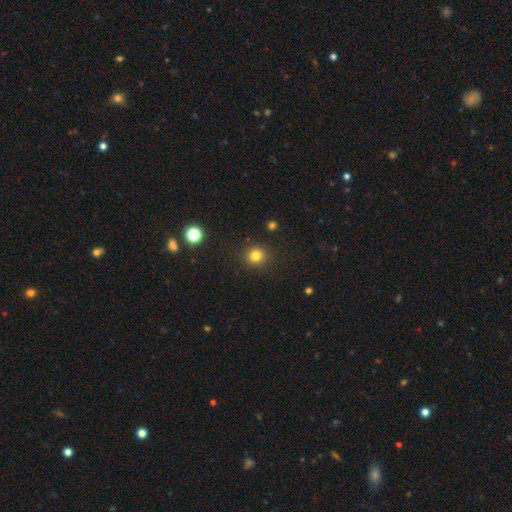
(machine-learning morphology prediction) smooth 80%, star or artifact 14%, featured or disk 6%. Down the decision tree: how rounded — round (90%); merging — none (90%).